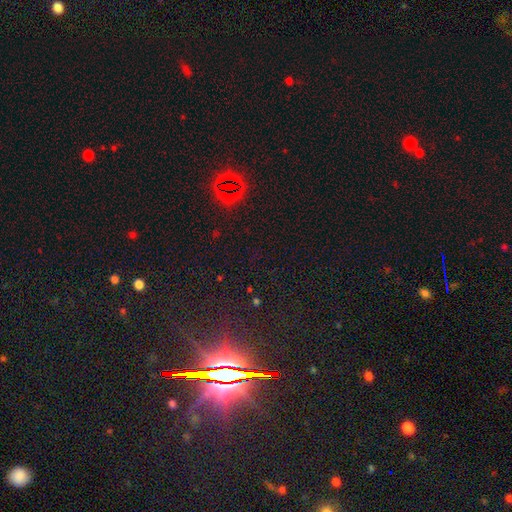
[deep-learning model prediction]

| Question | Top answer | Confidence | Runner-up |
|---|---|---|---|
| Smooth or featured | star or artifact | 76% | smooth (17%) |